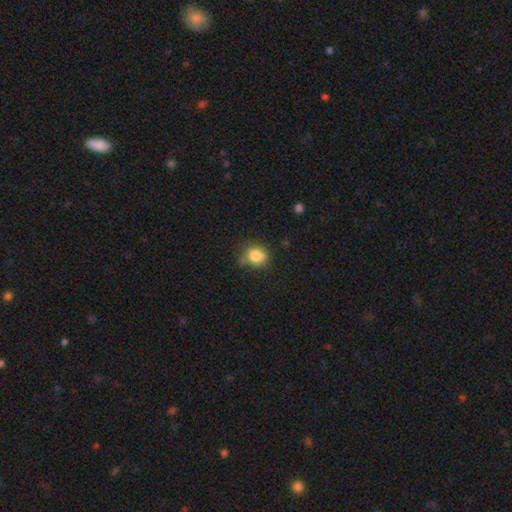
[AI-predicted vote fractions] A smooth galaxy with no disk features (83%) that is round (73%).

Vote fractions:
- Smooth or featured? smooth: 83% / star or artifact: 10% / featured or disk: 7%
- How rounded? round: 73% / in between: 26% / cigar-shaped: 1%
- Merging? none: 67% / minor disturbance: 20% / merger: 8% / major disturbance: 5%